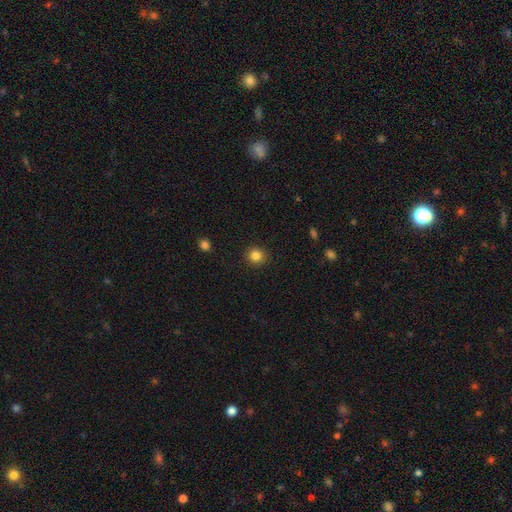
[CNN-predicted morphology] Overall: smooth (84%). How rounded: round (91%). Merging: none (91%).